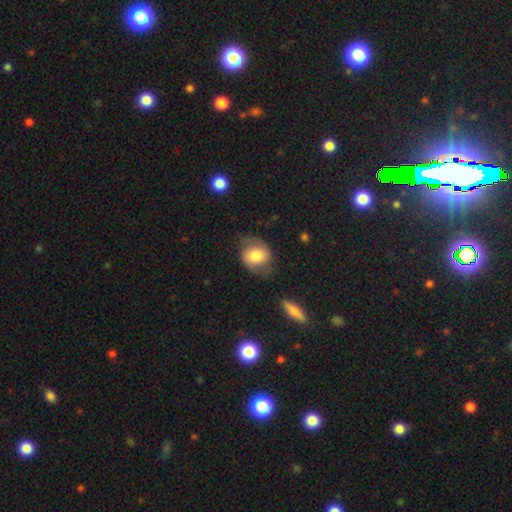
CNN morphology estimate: type=smooth (62%); roundness=round (60%); merging=none (60%).